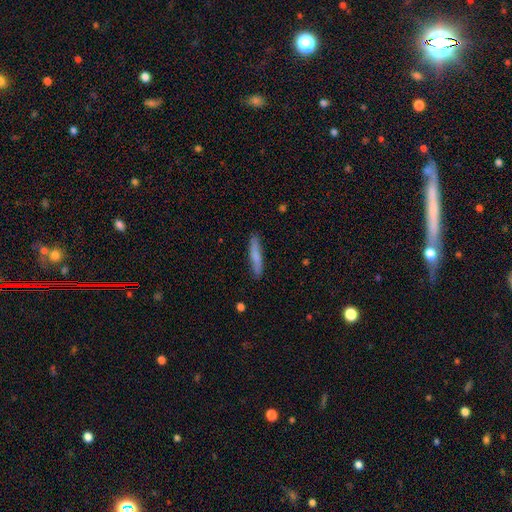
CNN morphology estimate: This is likely a smooth galaxy (71%). How rounded: clearly cigar-shaped (90%). Merging: clearly none (85%).